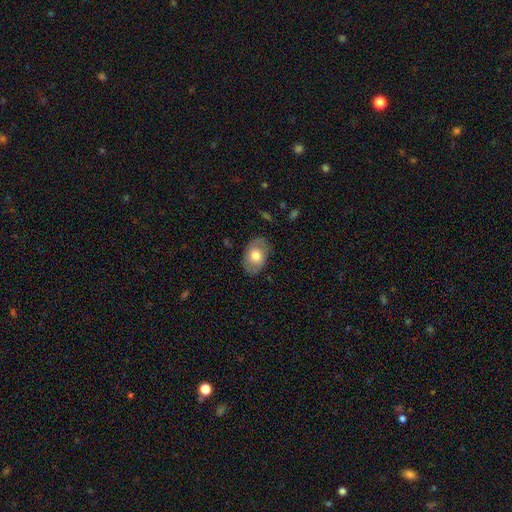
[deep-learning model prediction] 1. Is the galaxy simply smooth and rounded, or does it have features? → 67% smooth, 26% featured or disk, 7% star or artifact.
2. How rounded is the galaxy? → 83% in between, 16% round, 1% cigar-shaped.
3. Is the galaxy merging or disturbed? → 79% none, 16% minor disturbance, 4% major disturbance, 1% merger.